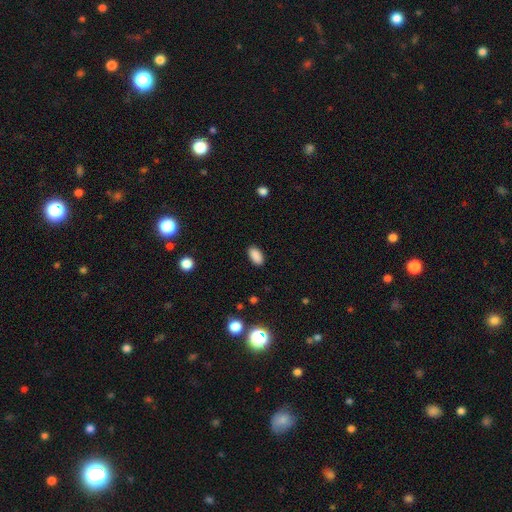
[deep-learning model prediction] Smooth or featured? Predicted: smooth (p=0.88). How rounded? Predicted: in between (p=0.93). Merging? Predicted: none (p=0.88).